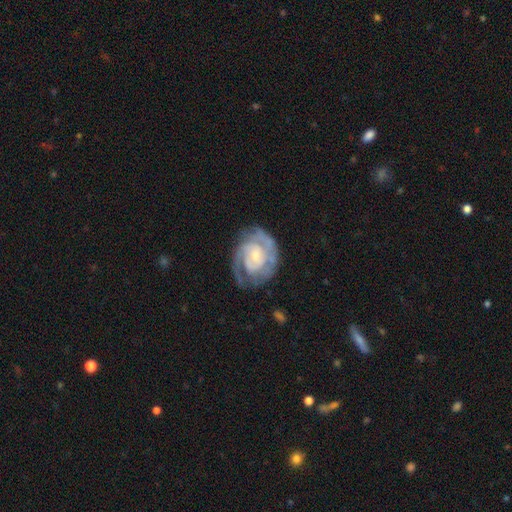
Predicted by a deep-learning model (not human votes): Smooth or featured?
  - featured or disk: 85% *
  - smooth: 10%
  - star or artifact: 5%
Edge-on disk?
  - no: 98% *
  - yes: 2%
Bar?
  - no: 64% *
  - weak: 29%
  - strong: 7%
Spiral arms?
  - yes: 94% *
  - no: 6%
Spiral winding?
  - tight: 63% *
  - medium: 30%
  - loose: 7%
Spiral arm count?
  - 2: 46% *
  - can't tell: 25%
  - 3: 15%
  - 1: 7%
  - 4: 4%
  - more than 4: 3%
Bulge size?
  - small: 62% *
  - moderate: 31%
  - none: 3%
  - large: 3%
  - dominant: 1%
Merging?
  - none: 66% *
  - minor disturbance: 20%
  - major disturbance: 12%
  - merger: 2%